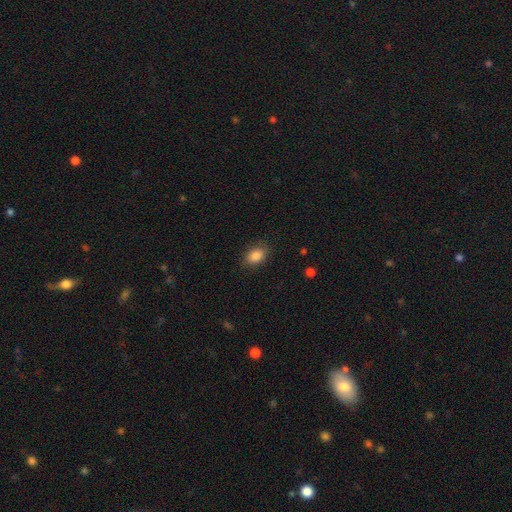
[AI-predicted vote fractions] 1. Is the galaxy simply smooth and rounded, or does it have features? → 87% smooth, 8% star or artifact, 5% featured or disk.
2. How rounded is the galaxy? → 80% in between, 18% round, 1% cigar-shaped.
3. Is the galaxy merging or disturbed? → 84% none, 12% minor disturbance, 3% major disturbance, 1% merger.